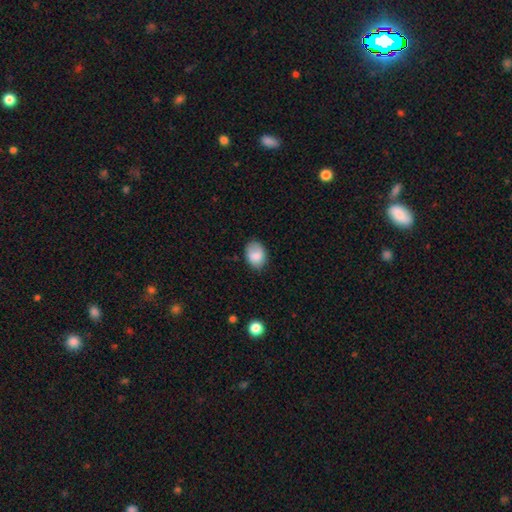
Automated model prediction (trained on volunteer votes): smooth 81%, featured or disk 11%, star or artifact 8%. Down the decision tree: how rounded — in between (73%); merging — none (68%).